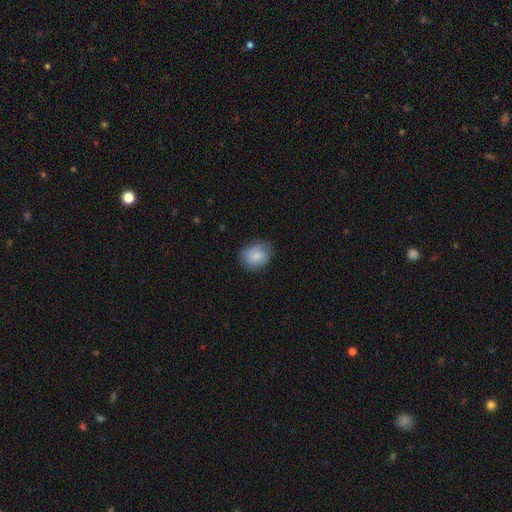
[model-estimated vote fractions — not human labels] Morphology: type=smooth (78%); roundness=round (61%); merging=none (70%).